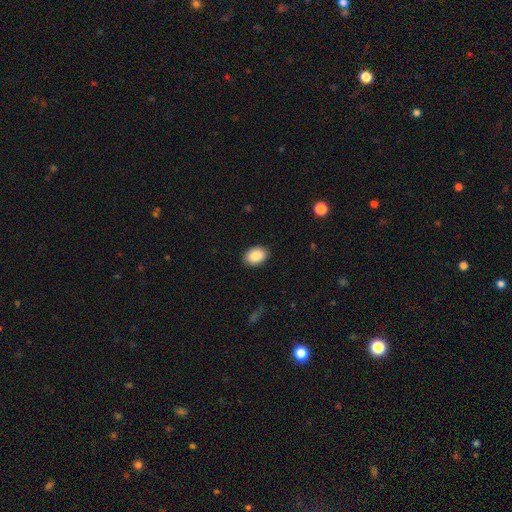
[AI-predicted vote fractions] Smooth or featured?
  - smooth: 89% *
  - star or artifact: 7%
  - featured or disk: 5%
How rounded?
  - in between: 84% *
  - round: 15%
  - cigar-shaped: 1%
Merging?
  - none: 89% *
  - minor disturbance: 9%
  - major disturbance: 2%
  - merger: 1%